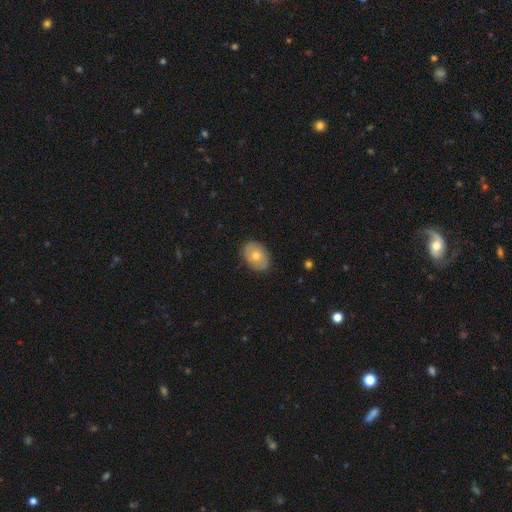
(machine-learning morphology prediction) smooth-or-featured: smooth: 66% | featured or disk: 25% | star or artifact: 8%
  how-rounded: in between: 81% | round: 18% | cigar-shaped: 1%
  merging: none: 86% | minor disturbance: 11% | major disturbance: 2% | merger: 1%